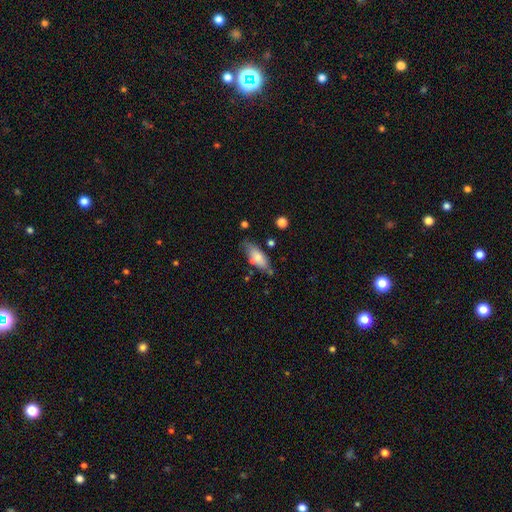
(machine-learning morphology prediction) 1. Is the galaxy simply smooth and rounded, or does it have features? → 73% smooth, 20% featured or disk, 7% star or artifact.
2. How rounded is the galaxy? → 69% in between, 29% cigar-shaped, 2% round.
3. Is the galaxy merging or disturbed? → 67% none, 21% minor disturbance, 7% merger, 5% major disturbance.